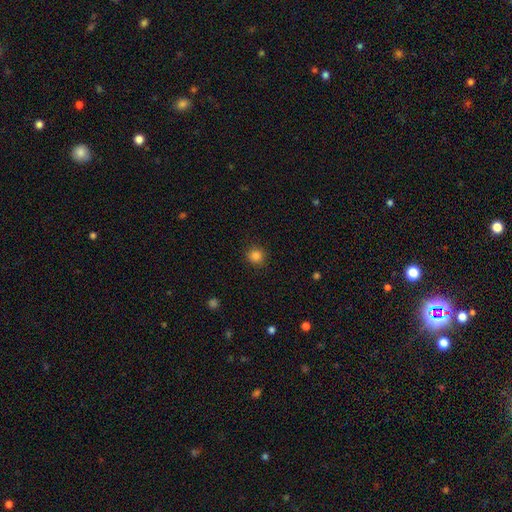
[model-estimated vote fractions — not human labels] Smooth or featured?
  - smooth: 84% *
  - star or artifact: 12%
  - featured or disk: 4%
How rounded?
  - round: 92% *
  - in between: 7%
  - cigar-shaped: 1%
Merging?
  - none: 90% *
  - minor disturbance: 6%
  - major disturbance: 2%
  - merger: 1%